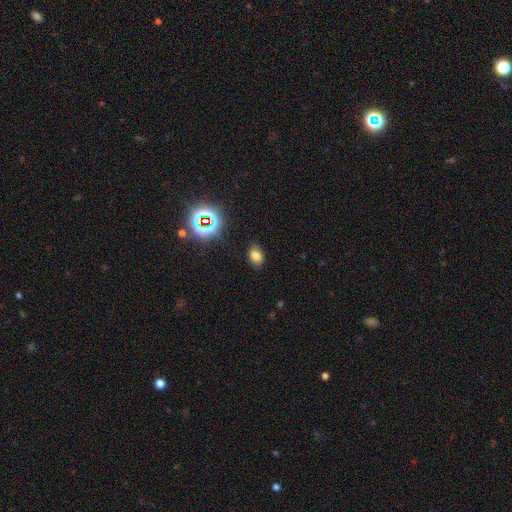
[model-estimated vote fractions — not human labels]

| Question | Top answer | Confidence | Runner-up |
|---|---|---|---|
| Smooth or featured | smooth | 71% | star or artifact (20%) |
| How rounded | in between | 81% | round (18%) |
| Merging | none | 84% | minor disturbance (11%) |